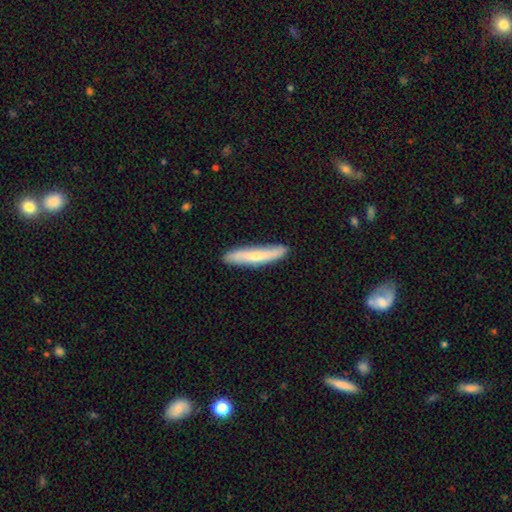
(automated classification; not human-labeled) Smooth or featured? Predicted: smooth (p=0.59). How rounded? Predicted: cigar-shaped (p=0.91). Merging? Predicted: none (p=0.86).